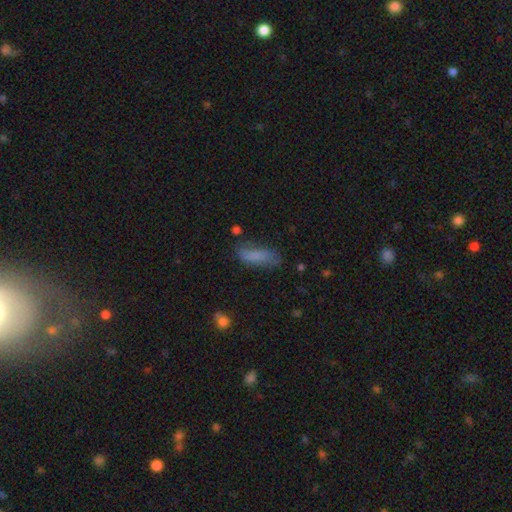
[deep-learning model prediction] A smooth galaxy with no disk features (77%) that is in between round and cigar-shaped (55%).

Vote fractions:
- Smooth or featured? smooth: 77% / featured or disk: 14% / star or artifact: 9%
- How rounded? in between: 55% / cigar-shaped: 43% / round: 2%
- Merging? none: 59% / minor disturbance: 27% / major disturbance: 10% / merger: 4%